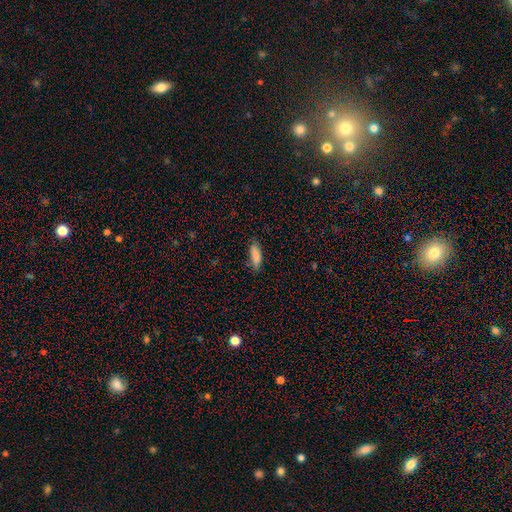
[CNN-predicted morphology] A smooth galaxy with no disk features (86%) that is in between round and cigar-shaped (52%). Merging: none (78%).